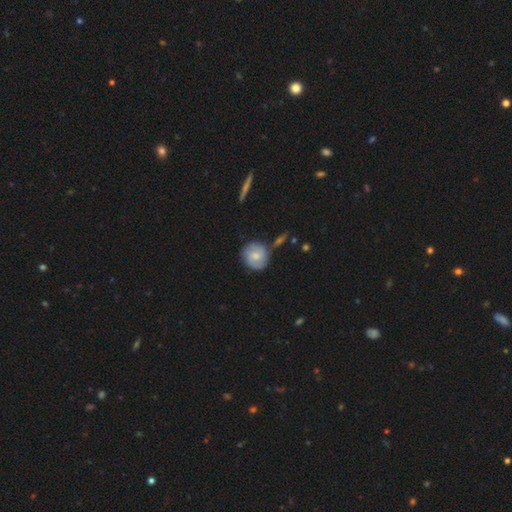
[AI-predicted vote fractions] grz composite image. It shows a smooth galaxy with no disk features (47%). Merging: none (74%).